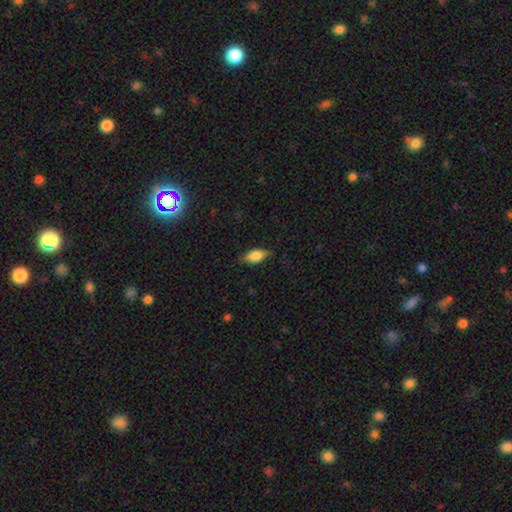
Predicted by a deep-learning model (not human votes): Smooth or featured?
  - smooth: 70% *
  - featured or disk: 23%
  - star or artifact: 7%
How rounded?
  - in between: 81% *
  - cigar-shaped: 15%
  - round: 4%
Merging?
  - none: 80% *
  - minor disturbance: 16%
  - major disturbance: 3%
  - merger: 1%